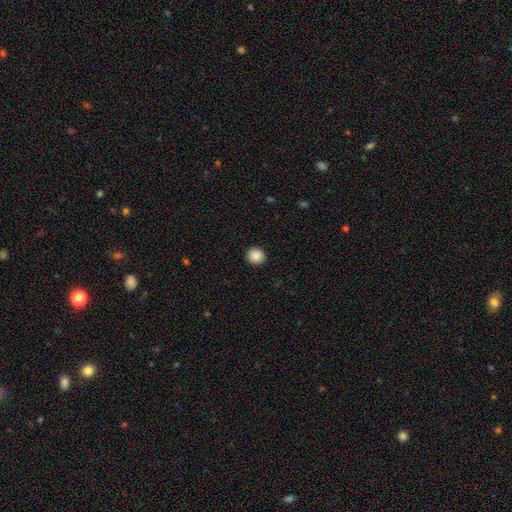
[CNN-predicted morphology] Smooth or featured? smooth (88%)
How rounded? round (91%)
Merging? none (93%)